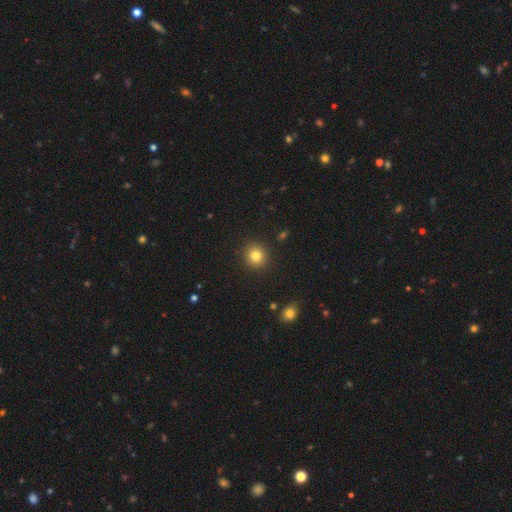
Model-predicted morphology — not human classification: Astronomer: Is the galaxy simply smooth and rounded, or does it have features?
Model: smooth — 81%.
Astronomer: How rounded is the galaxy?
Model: round — 91%.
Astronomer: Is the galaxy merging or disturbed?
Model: none — 91%.